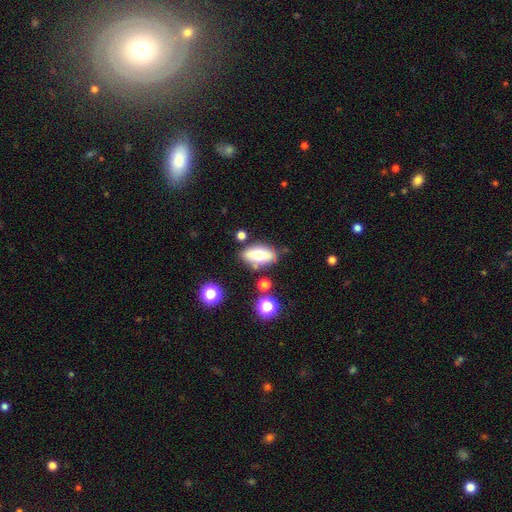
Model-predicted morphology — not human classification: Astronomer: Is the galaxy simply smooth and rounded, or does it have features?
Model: smooth — 61%.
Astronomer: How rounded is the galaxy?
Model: in between — 85%.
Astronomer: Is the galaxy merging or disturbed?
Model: none — 75%.